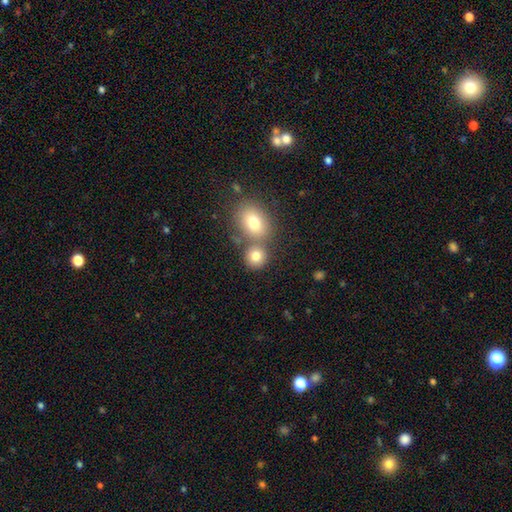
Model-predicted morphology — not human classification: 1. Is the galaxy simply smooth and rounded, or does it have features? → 79% smooth, 11% star or artifact, 9% featured or disk.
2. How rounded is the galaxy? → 78% round, 21% in between, 1% cigar-shaped.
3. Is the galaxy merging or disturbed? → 55% none, 34% merger, 8% minor disturbance, 3% major disturbance.